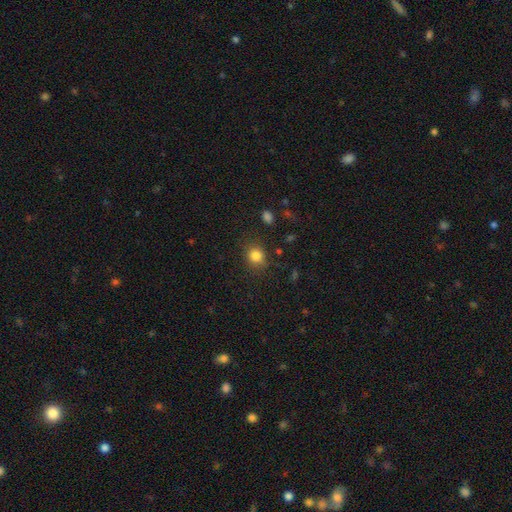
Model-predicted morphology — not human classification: Smooth or featured: smooth — 83% (star or artifact — 12%)
How rounded: round — 74% (in between — 25%)
Merging: none — 82% (minor disturbance — 12%)